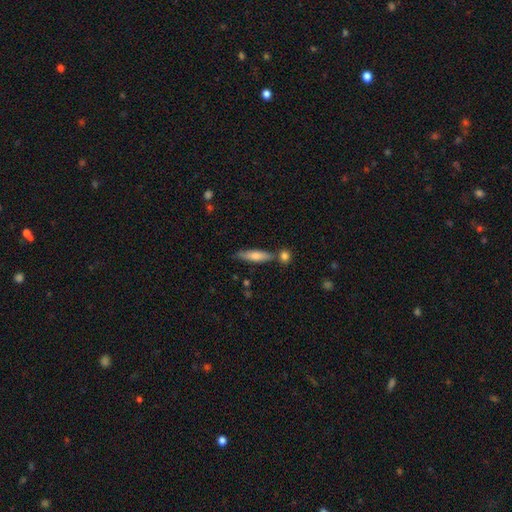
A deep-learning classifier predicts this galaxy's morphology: Smooth or featured: smooth — 58% (featured or disk — 35%)
How rounded: cigar-shaped — 80% (in between — 18%)
Merging: none — 75% (minor disturbance — 12%)